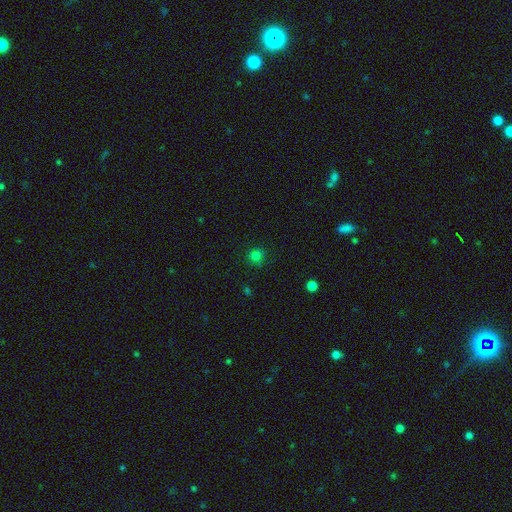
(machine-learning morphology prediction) This is likely a smooth galaxy (79%). How rounded: clearly round (91%). Merging: clearly none (85%).